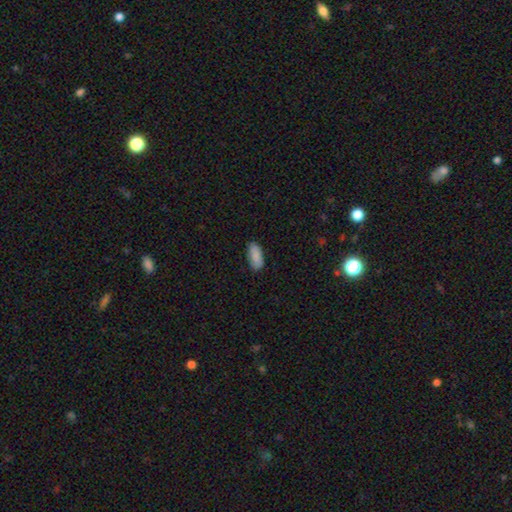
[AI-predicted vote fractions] smooth 89%, star or artifact 6%, featured or disk 5%. Down the decision tree: how rounded — in between (87%); merging — none (85%).